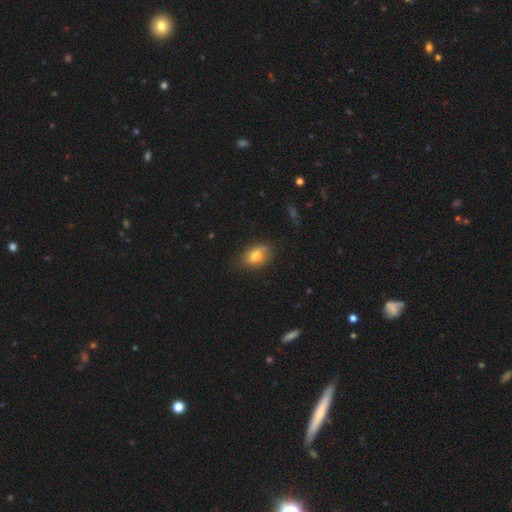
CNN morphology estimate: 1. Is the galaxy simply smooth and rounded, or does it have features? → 79% smooth, 12% featured or disk, 8% star or artifact.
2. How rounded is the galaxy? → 84% in between, 14% round, 2% cigar-shaped.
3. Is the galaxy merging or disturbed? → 69% none, 24% minor disturbance, 5% major disturbance, 2% merger.